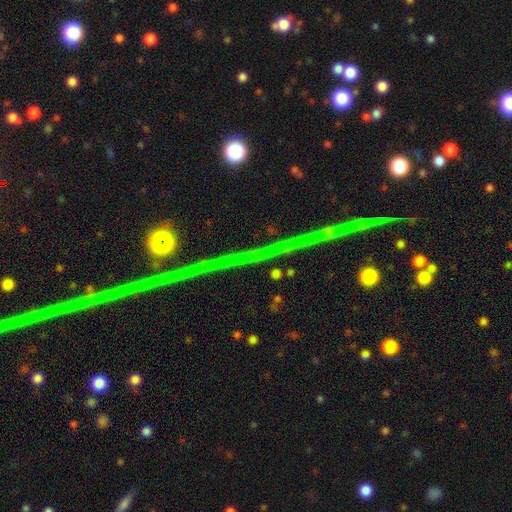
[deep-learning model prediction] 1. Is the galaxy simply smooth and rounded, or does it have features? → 77% star or artifact, 15% featured or disk, 9% smooth.